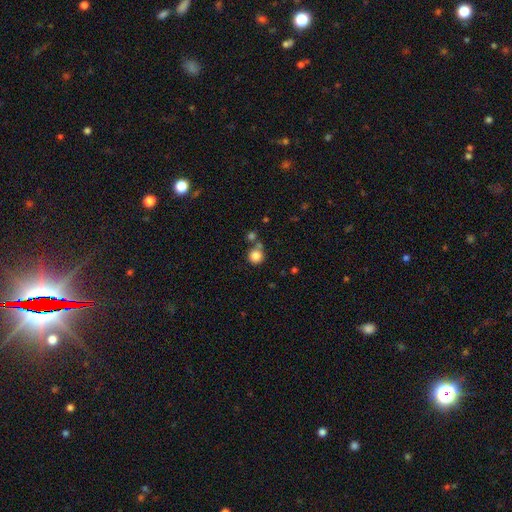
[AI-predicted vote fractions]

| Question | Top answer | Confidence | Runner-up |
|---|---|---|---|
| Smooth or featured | smooth | 84% | star or artifact (10%) |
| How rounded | round | 91% | in between (8%) |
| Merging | none | 61% | merger (23%) |